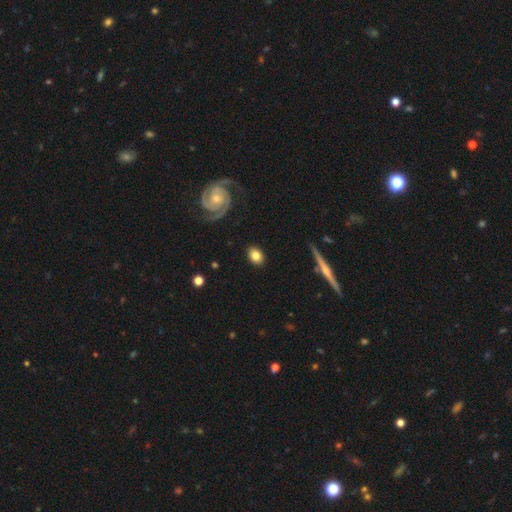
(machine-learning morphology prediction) smooth-or-featured: smooth: 75% | featured or disk: 18% | star or artifact: 7%
  how-rounded: in between: 55% | round: 43% | cigar-shaped: 2%
  merging: none: 88% | minor disturbance: 8% | major disturbance: 2% | merger: 1%